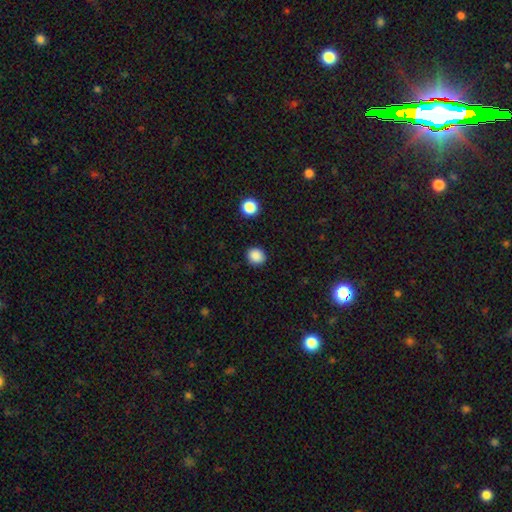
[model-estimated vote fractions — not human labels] smooth_or_featured: smooth (p=0.87) [alt: star or artifact p=0.10]
how_rounded: round (p=0.81) [alt: in between p=0.19]
merging: none (p=0.89) [alt: minor disturbance p=0.07]